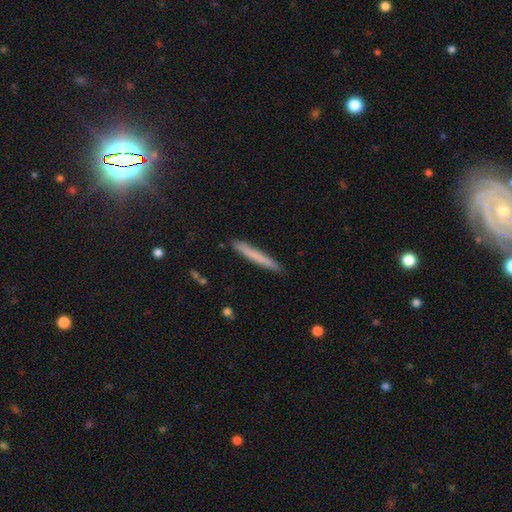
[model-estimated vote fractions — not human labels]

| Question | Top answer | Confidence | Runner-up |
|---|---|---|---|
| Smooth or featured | smooth | 71% | featured or disk (23%) |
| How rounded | cigar-shaped | 97% | in between (2%) |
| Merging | none | 89% | minor disturbance (8%) |